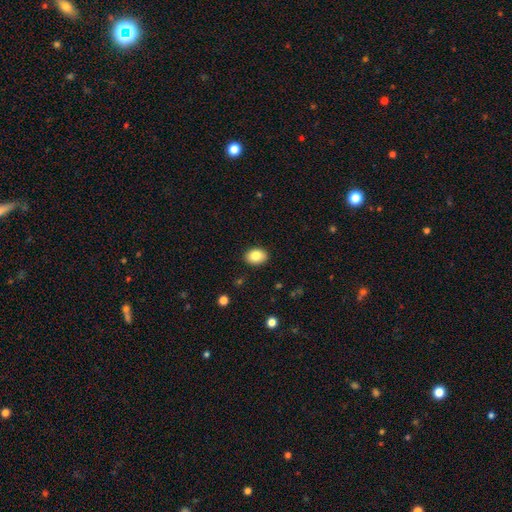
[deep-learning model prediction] Smooth or featured? smooth (84%)
How rounded? in between (71%)
Merging? none (89%)